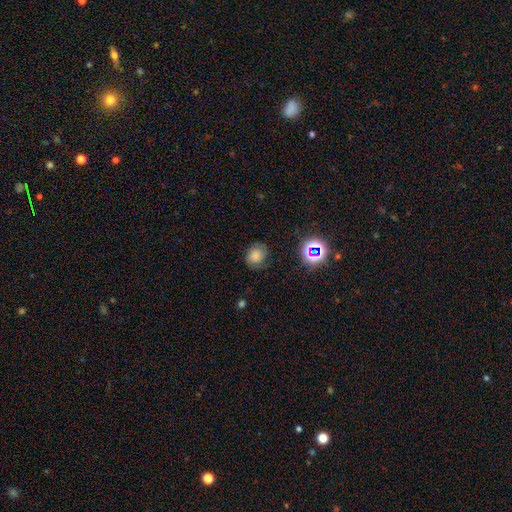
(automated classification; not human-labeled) Smooth or featured? Predicted: smooth (p=0.66). How rounded? Predicted: round (p=0.65). Merging? Predicted: none (p=0.68).